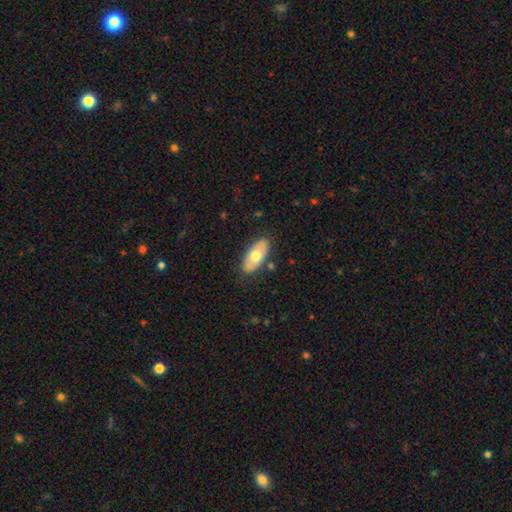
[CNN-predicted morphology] Smooth or featured: smooth — 65% (featured or disk — 30%)
How rounded: in between — 90% (cigar-shaped — 8%)
Merging: none — 84% (minor disturbance — 11%)